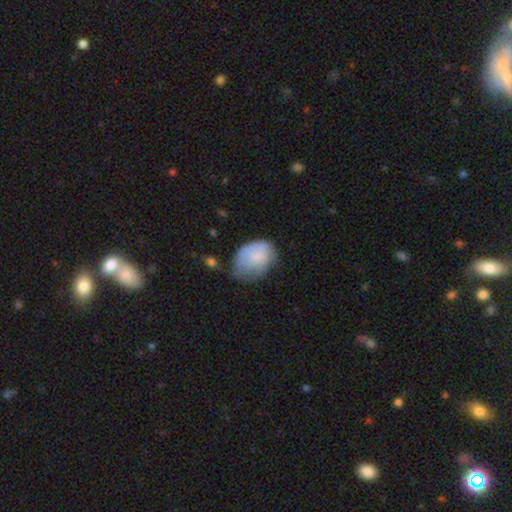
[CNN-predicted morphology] smooth 52%, featured or disk 41%, star or artifact 7%. Down the decision tree: how rounded — in between (73%); merging — none (43%).